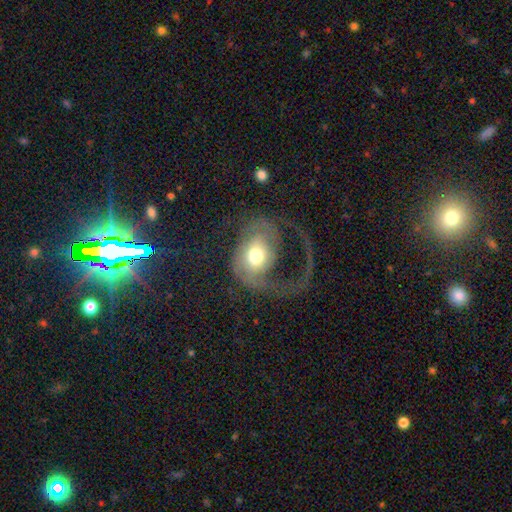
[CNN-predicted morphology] featured or disk 60%, smooth 33%, star or artifact 7%. Down the decision tree: edge-on disk — no (96%); bar — no (72%); spiral arms — yes (71%); bulge size — moderate (66%); merging — major disturbance (60%).